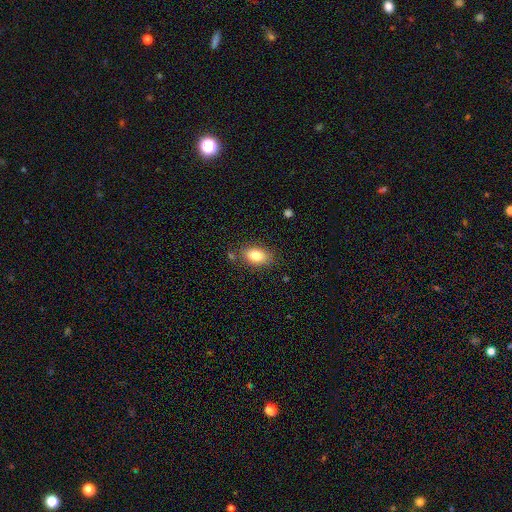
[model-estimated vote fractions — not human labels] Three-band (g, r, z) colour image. It shows a smooth galaxy with no disk features (83%) that is in between round and cigar-shaped (87%). Merging: none (80%).